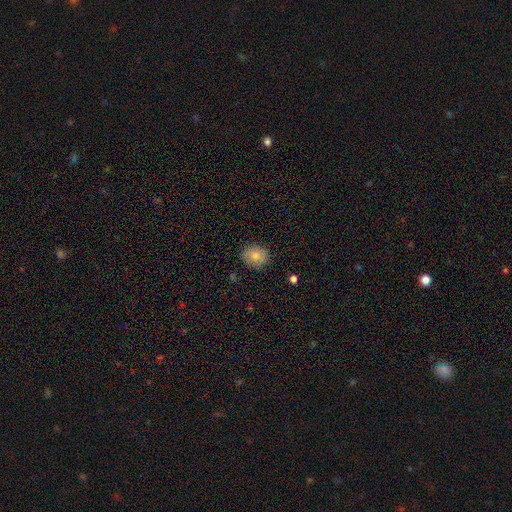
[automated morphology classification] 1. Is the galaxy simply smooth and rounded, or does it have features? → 81% smooth, 10% featured or disk, 8% star or artifact.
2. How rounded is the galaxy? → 56% round, 43% in between, 1% cigar-shaped.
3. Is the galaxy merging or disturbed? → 86% none, 11% minor disturbance, 3% major disturbance, 1% merger.